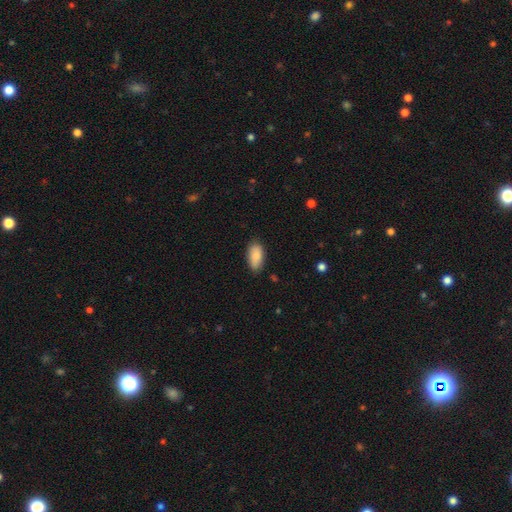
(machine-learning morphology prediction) A smooth galaxy with no disk features (85%) that is in between round and cigar-shaped (92%). Merging: none (80%).